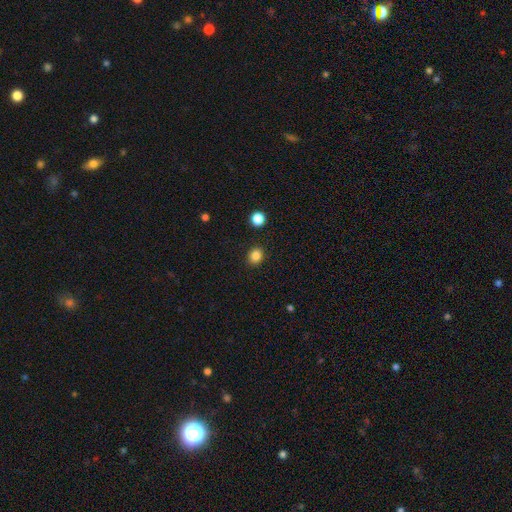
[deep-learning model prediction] This is clearly a smooth galaxy (84%). How rounded: likely round (69%). Merging: clearly none (90%).